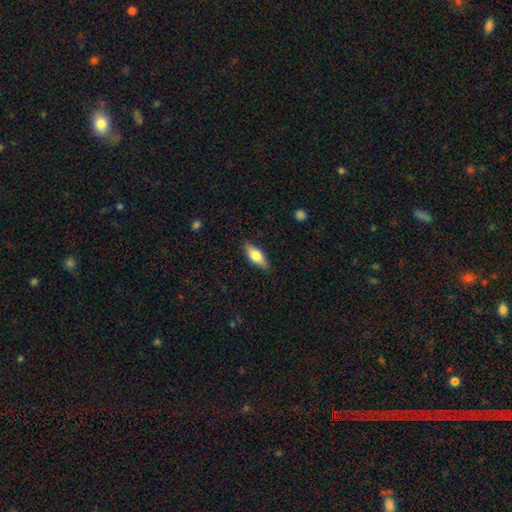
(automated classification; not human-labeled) Smooth or featured? Predicted: smooth (p=0.67). How rounded? Predicted: in between (p=0.71). Merging? Predicted: none (p=0.86).